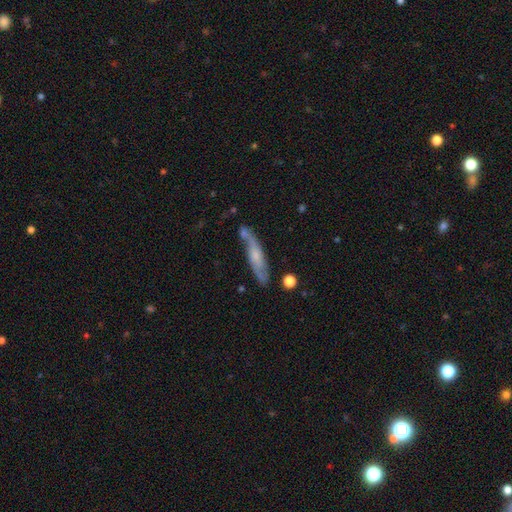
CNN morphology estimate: A featured or disk galaxy (60%) viewed edge-on (55%).

Vote fractions:
- Smooth or featured? featured or disk: 60% / smooth: 33% / star or artifact: 7%
- Edge-on disk? yes: 55% / no: 45%
- Merging? none: 60% / minor disturbance: 21% / merger: 11% / major disturbance: 8%